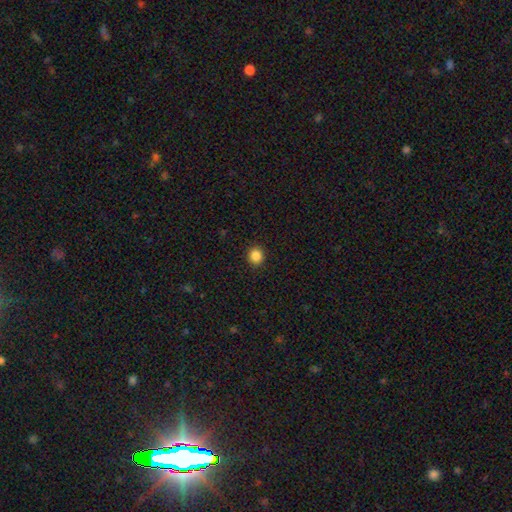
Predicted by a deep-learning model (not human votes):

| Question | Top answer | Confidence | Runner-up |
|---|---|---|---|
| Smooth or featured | smooth | 86% | star or artifact (11%) |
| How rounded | round | 87% | in between (12%) |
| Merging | none | 92% | minor disturbance (5%) |